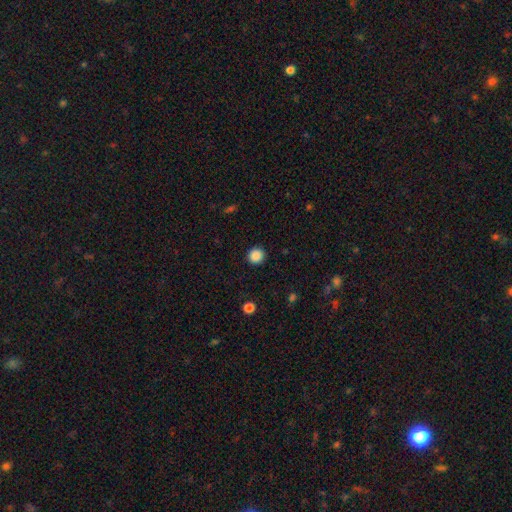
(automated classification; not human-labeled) Smooth or featured? Predicted: smooth (p=0.88). How rounded? Predicted: round (p=0.95). Merging? Predicted: none (p=0.92).